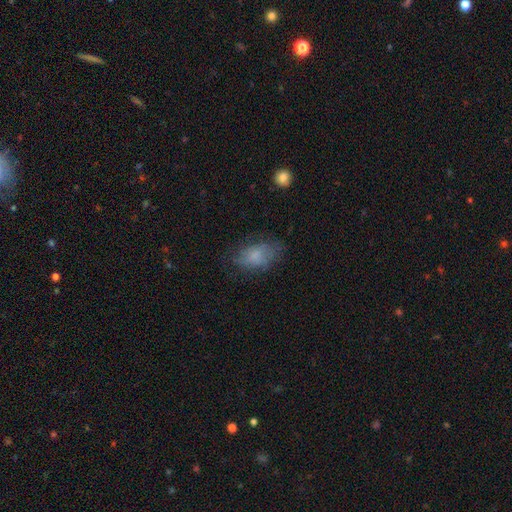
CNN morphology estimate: smooth-or-featured: smooth: 68% | featured or disk: 23% | star or artifact: 9%
  how-rounded: in between: 88% | round: 9% | cigar-shaped: 2%
  merging: none: 62% | minor disturbance: 24% | major disturbance: 12% | merger: 2%